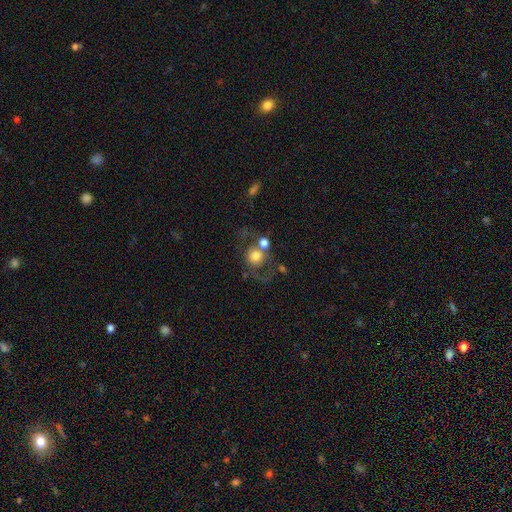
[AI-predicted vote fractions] This is possibly a smooth galaxy (54%). How rounded: clearly round (82%). Merging: marginally none (42%).